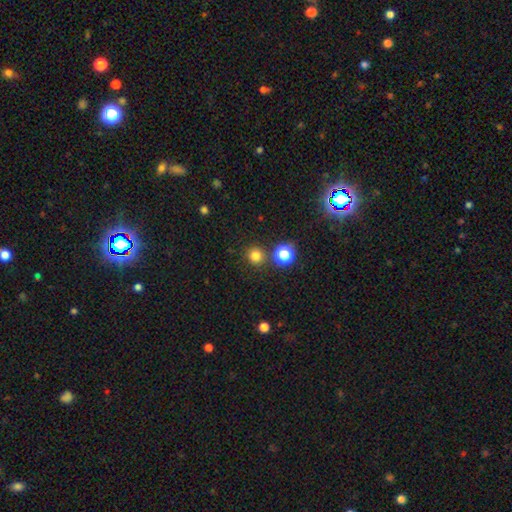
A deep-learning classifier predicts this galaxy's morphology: Smooth or featured? Predicted: smooth (p=0.79). How rounded? Predicted: round (p=0.93). Merging? Predicted: none (p=0.85).